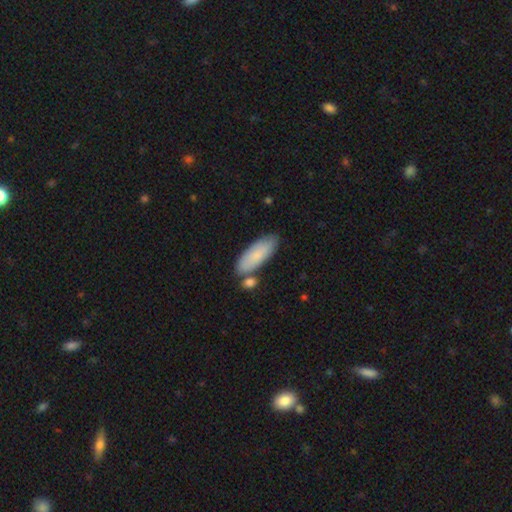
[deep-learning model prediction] The model was most divided on "how rounded": in between: 68%, cigar-shaped: 30%, round: 2%. More confident: smooth or featured — smooth (80%); merging — none (73%).